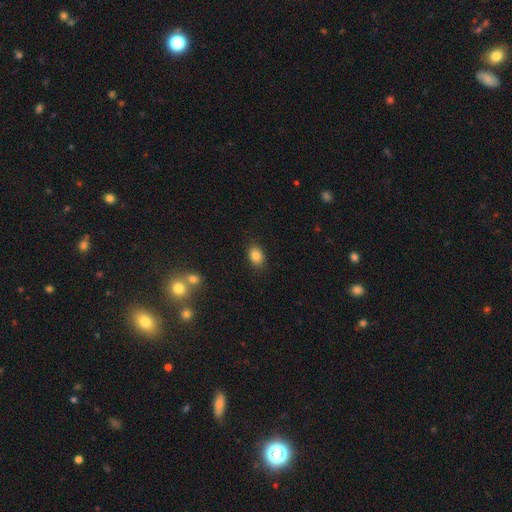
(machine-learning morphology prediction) smooth 83%, star or artifact 9%, featured or disk 7%. Down the decision tree: how rounded — in between (78%); merging — none (86%).